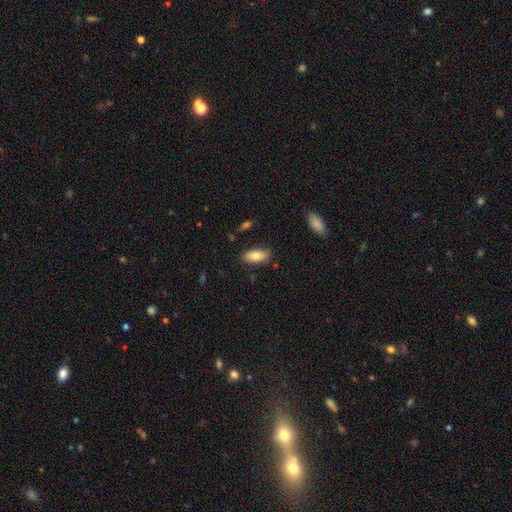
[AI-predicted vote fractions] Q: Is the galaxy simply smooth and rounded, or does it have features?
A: smooth — 79%.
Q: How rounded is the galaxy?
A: in between — 84%.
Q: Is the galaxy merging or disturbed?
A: none — 84%.